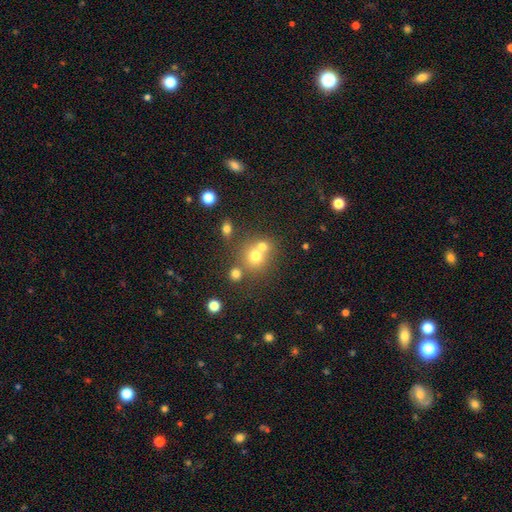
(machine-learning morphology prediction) smooth-or-featured: smooth: 69% | star or artifact: 16% | featured or disk: 15%
  how-rounded: round: 82% | in between: 17% | cigar-shaped: 1%
  merging: none: 46% | merger: 42% | minor disturbance: 8% | major disturbance: 4%